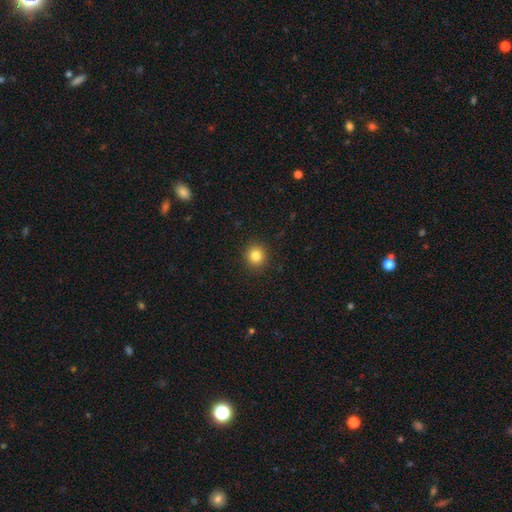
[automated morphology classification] Smooth or featured: smooth — 83% (star or artifact — 11%)
How rounded: round — 91% (in between — 8%)
Merging: none — 92% (minor disturbance — 5%)